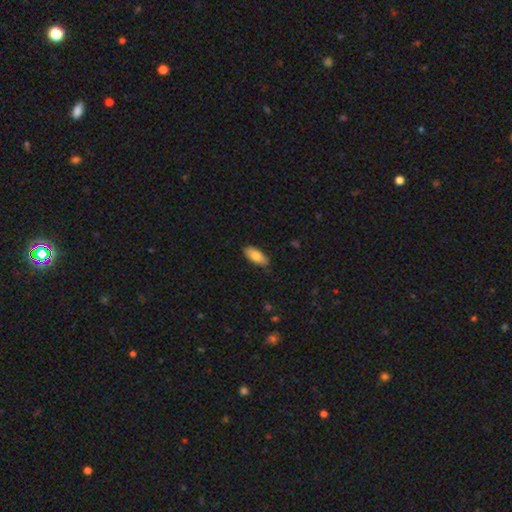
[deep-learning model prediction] Q: Smooth or featured?
A: smooth (81%); runner-up: featured or disk (13%)
Q: How rounded?
A: in between (80%); runner-up: cigar-shaped (18%)
Q: Merging?
A: none (86%); runner-up: minor disturbance (11%)